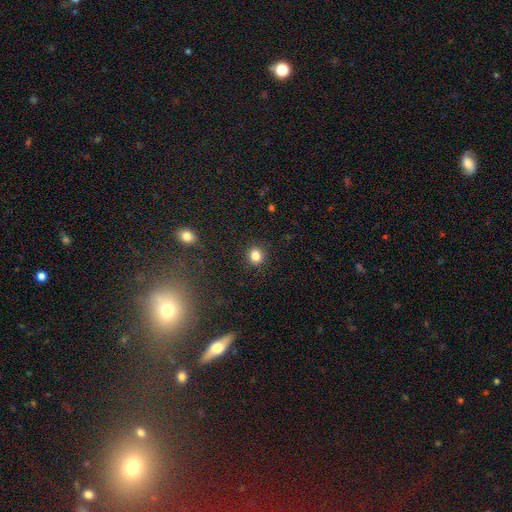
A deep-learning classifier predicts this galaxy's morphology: Q: Smooth or featured?
A: smooth (83%); runner-up: star or artifact (12%)
Q: How rounded?
A: round (92%); runner-up: in between (7%)
Q: Merging?
A: none (92%); runner-up: minor disturbance (5%)